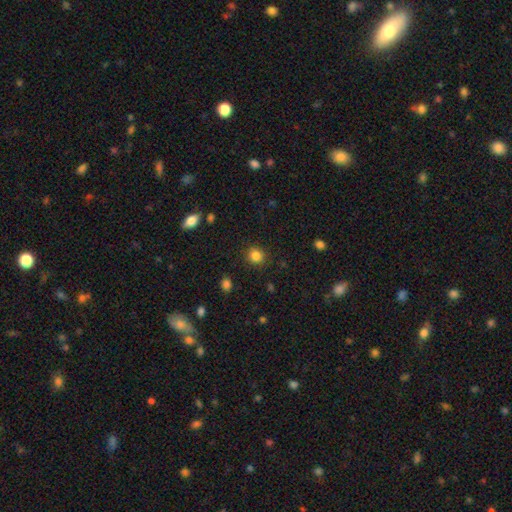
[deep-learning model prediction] This appears to be a smooth galaxy with no disk features (84%) that is round (83%). Merging: none (89%).